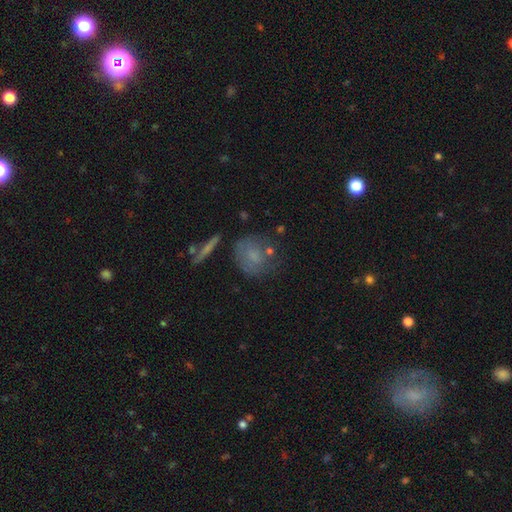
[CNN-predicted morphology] smooth-or-featured: smooth: 54% | featured or disk: 25% | star or artifact: 21%
  how-rounded: round: 72% | in between: 25% | cigar-shaped: 3%
  merging: none: 62% | minor disturbance: 19% | major disturbance: 10% | merger: 9%